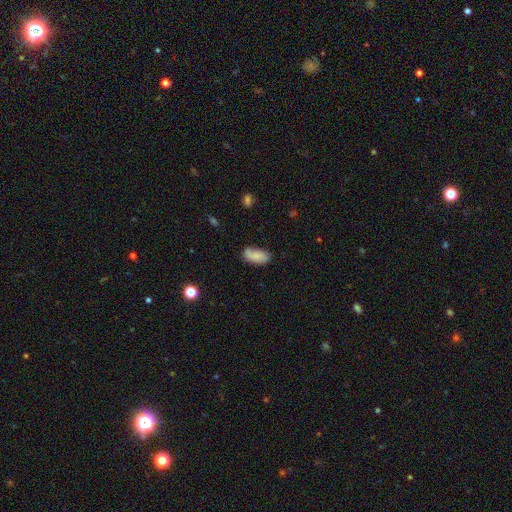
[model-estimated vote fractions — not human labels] This is likely a smooth galaxy (76%). How rounded: clearly in between (91%). Merging: likely none (67%).